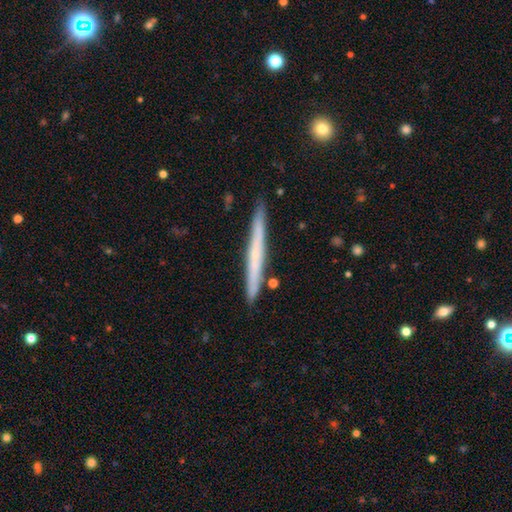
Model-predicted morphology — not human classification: The model was most divided on "smooth or featured": featured or disk: 53%, smooth: 42%, star or artifact: 6%. More confident: edge-on disk — yes (97%); merging — none (89%); edge-on bulge — none (72%).